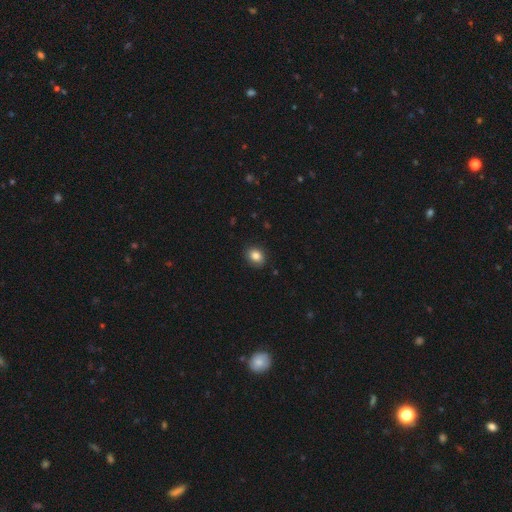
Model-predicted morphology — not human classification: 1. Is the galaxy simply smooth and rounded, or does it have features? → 85% smooth, 9% star or artifact, 6% featured or disk.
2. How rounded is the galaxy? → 52% round, 48% in between, 1% cigar-shaped.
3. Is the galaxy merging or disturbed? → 87% none, 10% minor disturbance, 2% major disturbance, 1% merger.